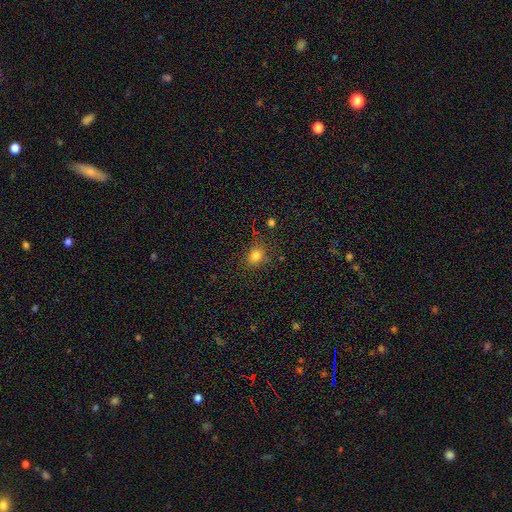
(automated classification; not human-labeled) smooth 80%, star or artifact 14%, featured or disk 6%. Down the decision tree: how rounded — round (59%); merging — none (78%).